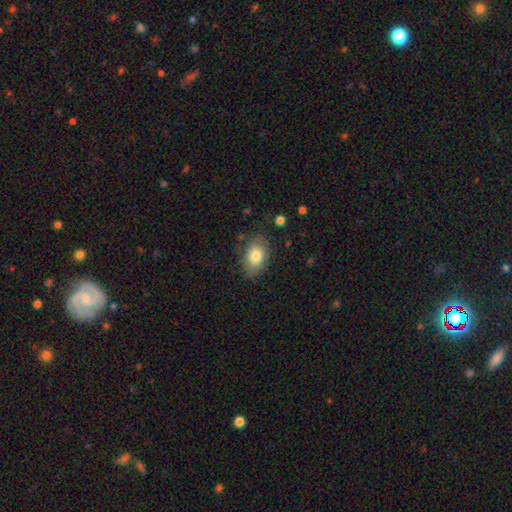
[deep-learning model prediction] Smooth or featured?
  - smooth: 80% *
  - featured or disk: 12%
  - star or artifact: 8%
How rounded?
  - in between: 86% *
  - round: 13%
  - cigar-shaped: 1%
Merging?
  - none: 79% *
  - minor disturbance: 15%
  - major disturbance: 4%
  - merger: 2%